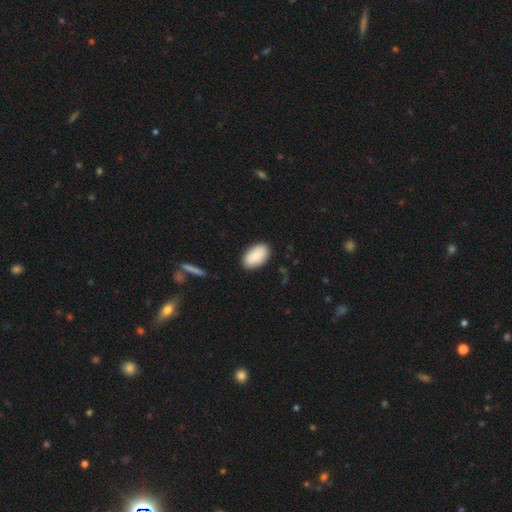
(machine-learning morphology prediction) smooth_or_featured: smooth (p=0.90) [alt: star or artifact p=0.05]
how_rounded: in between (p=0.95) [alt: round p=0.04]
merging: none (p=0.88) [alt: minor disturbance p=0.09]